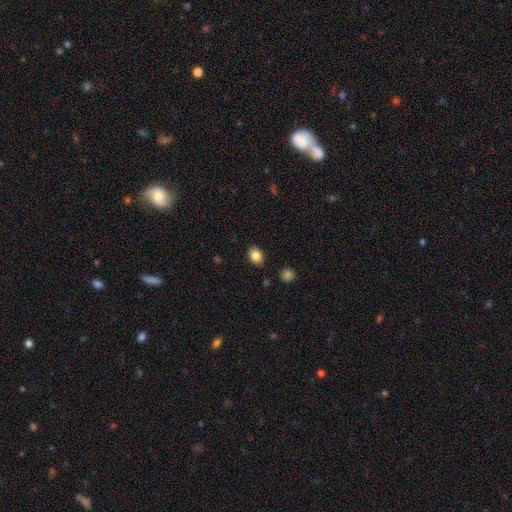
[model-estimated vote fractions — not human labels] Smooth or featured?
  - smooth: 85% *
  - star or artifact: 9%
  - featured or disk: 6%
How rounded?
  - in between: 70% *
  - round: 29%
  - cigar-shaped: 1%
Merging?
  - none: 86% *
  - minor disturbance: 9%
  - major disturbance: 2%
  - merger: 2%